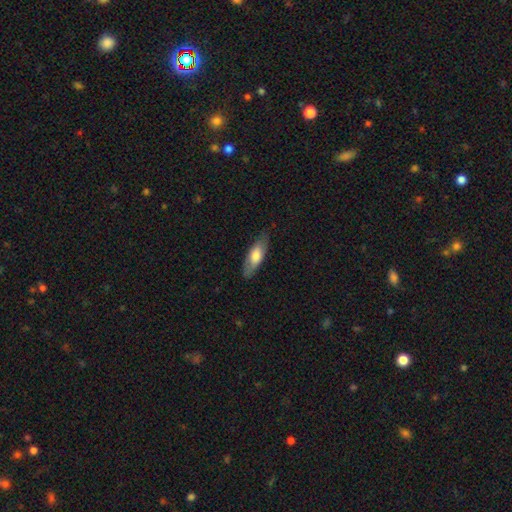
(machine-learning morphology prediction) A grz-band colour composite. It shows a smooth galaxy with no disk features (64%) that is in between round and cigar-shaped (61%). Merging: none (81%).